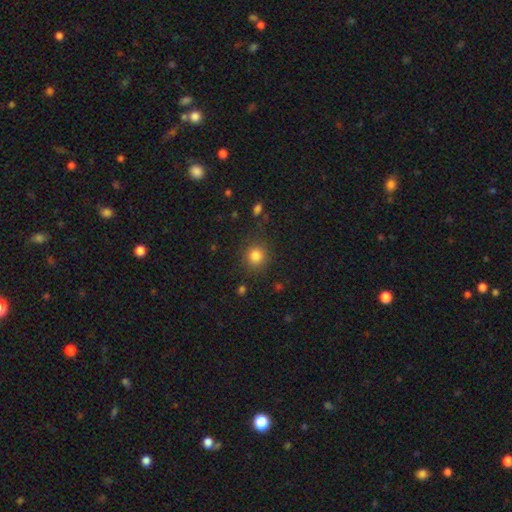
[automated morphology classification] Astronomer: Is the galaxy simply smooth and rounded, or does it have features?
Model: smooth — 83%.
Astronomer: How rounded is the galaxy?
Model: round — 89%.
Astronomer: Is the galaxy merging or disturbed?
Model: none — 86%.